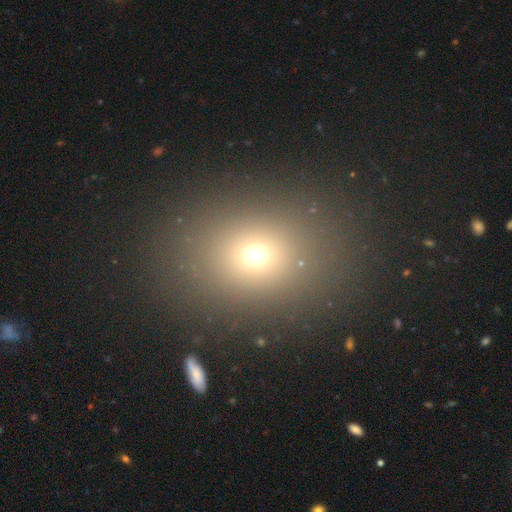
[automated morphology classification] type=smooth (67%); roundness=round (50%); merging=none (86%).